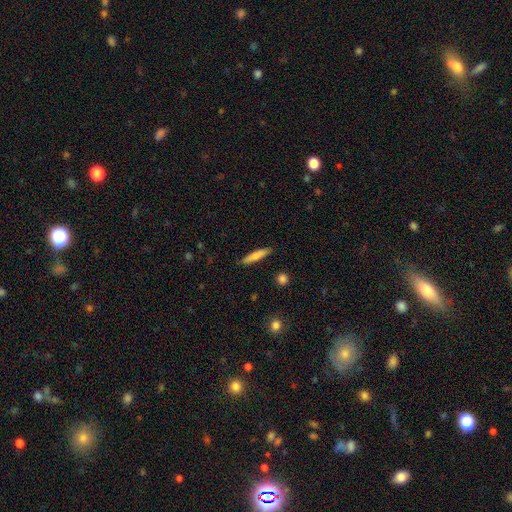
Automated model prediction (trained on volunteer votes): Q: Smooth or featured?
A: smooth (75%); runner-up: featured or disk (19%)
Q: How rounded?
A: cigar-shaped (88%); runner-up: in between (10%)
Q: Merging?
A: none (89%); runner-up: minor disturbance (8%)